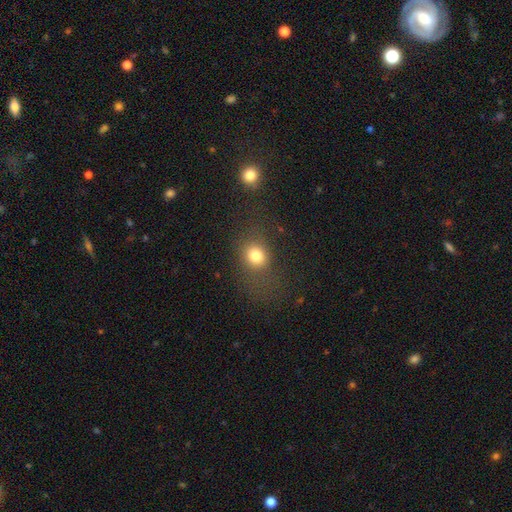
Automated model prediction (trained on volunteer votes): Q: Smooth or featured?
A: smooth (78%); runner-up: star or artifact (13%)
Q: How rounded?
A: round (61%); runner-up: in between (38%)
Q: Merging?
A: none (65%); runner-up: minor disturbance (17%)